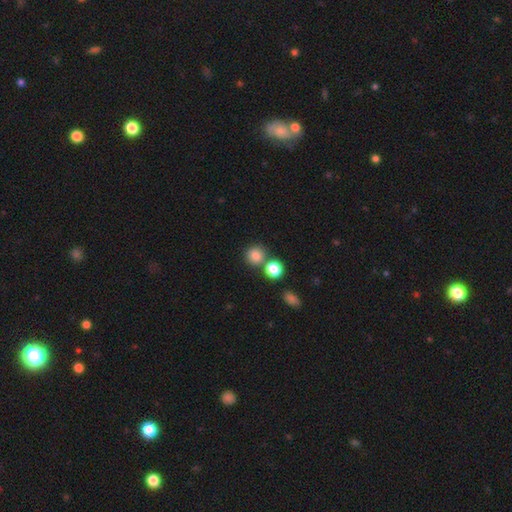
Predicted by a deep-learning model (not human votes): smooth-or-featured: smooth: 82% | star or artifact: 13% | featured or disk: 6%
  how-rounded: round: 88% | in between: 11% | cigar-shaped: 1%
  merging: none: 69% | merger: 20% | minor disturbance: 9% | major disturbance: 3%